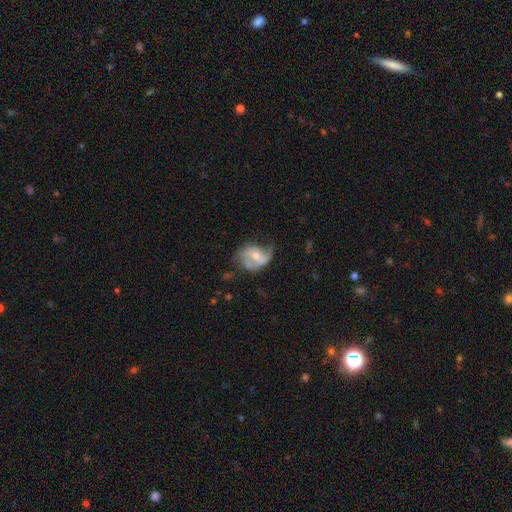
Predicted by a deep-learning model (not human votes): A featured or disk galaxy (67%) with no bar (57%), 2 (68%) loose (46%) spiral arms (81%) and a moderate central bulge (54%). Merging: none (39%).